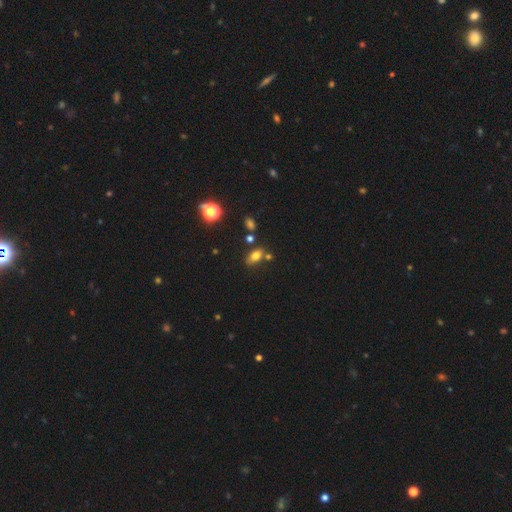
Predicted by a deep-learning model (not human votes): Smooth or featured? Predicted: smooth (p=0.74). How rounded? Predicted: in between (p=0.83). Merging? Predicted: none (p=0.70).